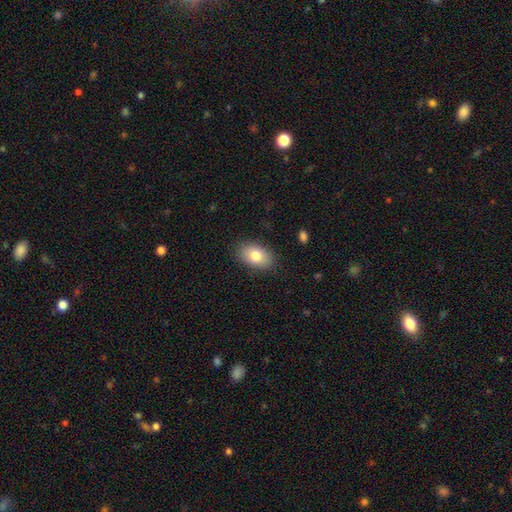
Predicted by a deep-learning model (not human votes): smooth-or-featured: smooth: 78% | featured or disk: 14% | star or artifact: 8%
  how-rounded: in between: 88% | round: 10% | cigar-shaped: 1%
  merging: none: 86% | minor disturbance: 10% | major disturbance: 3% | merger: 1%